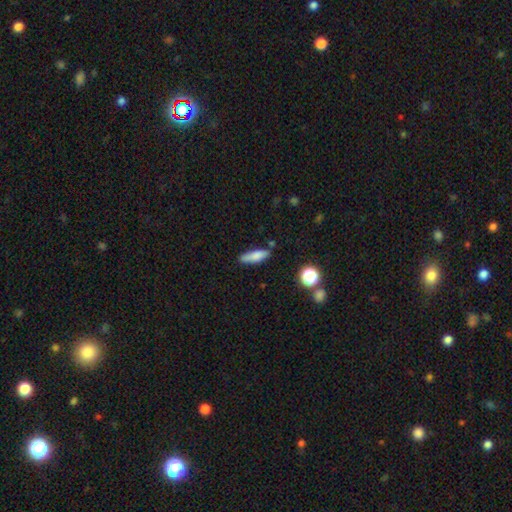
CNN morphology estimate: This is likely a smooth galaxy (78%). How rounded: possibly cigar-shaped (58%). Merging: likely none (76%).